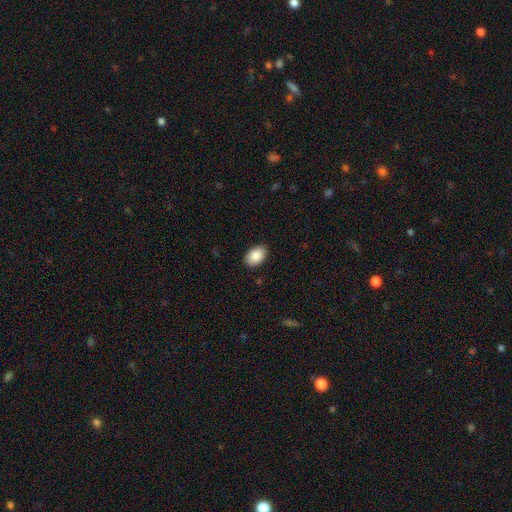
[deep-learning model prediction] smooth 89%, star or artifact 7%, featured or disk 5%. Down the decision tree: how rounded — in between (88%); merging — none (89%).